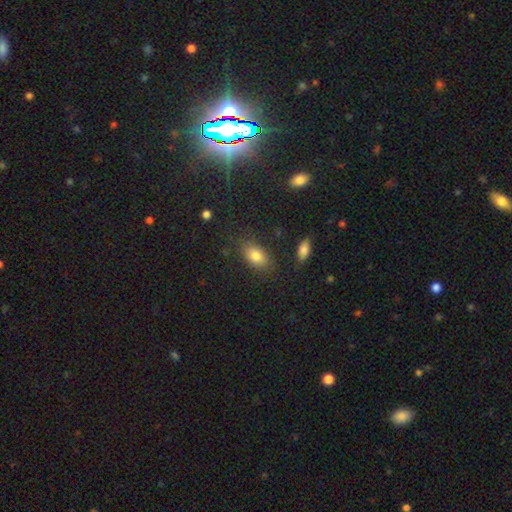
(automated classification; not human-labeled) smooth-or-featured: smooth: 81% | star or artifact: 10% | featured or disk: 9%
  how-rounded: in between: 88% | round: 9% | cigar-shaped: 3%
  merging: none: 79% | minor disturbance: 13% | major disturbance: 4% | merger: 3%